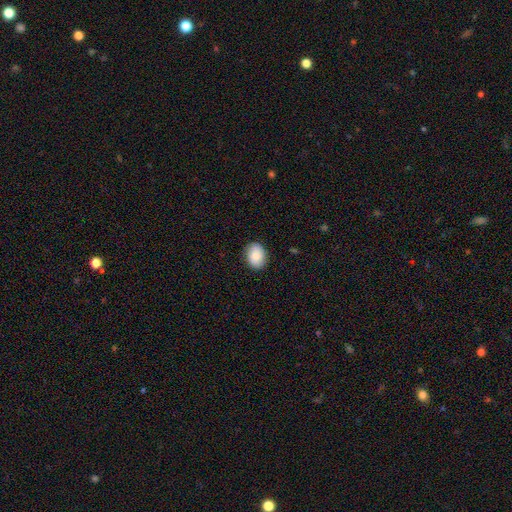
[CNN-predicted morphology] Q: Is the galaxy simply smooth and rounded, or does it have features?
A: smooth — 83%.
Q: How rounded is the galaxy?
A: in between — 65%.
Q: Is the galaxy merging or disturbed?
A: none — 88%.